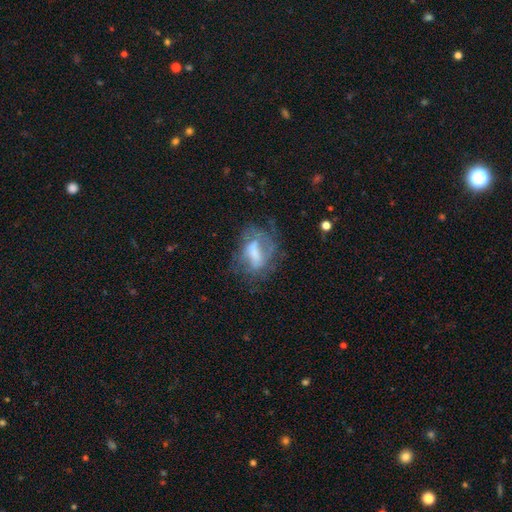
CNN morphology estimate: featured or disk 54%, smooth 33%, star or artifact 13%. Down the decision tree: edge-on disk — no (89%); merging — none (53%).